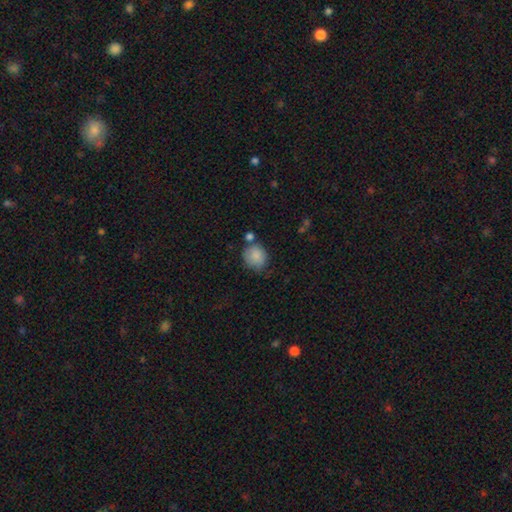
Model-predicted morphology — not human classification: A smooth galaxy with no disk features (85%) that is round (68%). Merging: none (59%).